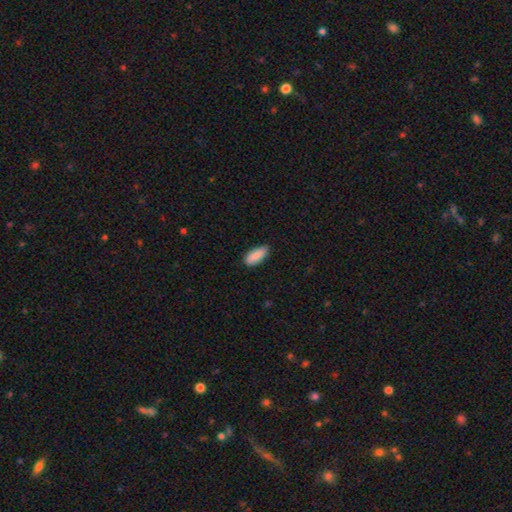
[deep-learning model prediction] smooth-or-featured: smooth: 89% | star or artifact: 6% | featured or disk: 5%
  how-rounded: in between: 80% | cigar-shaped: 19% | round: 2%
  merging: none: 80% | minor disturbance: 17% | major disturbance: 2% | merger: 1%